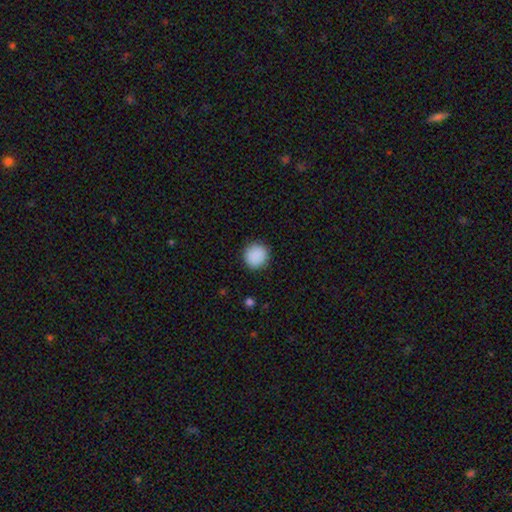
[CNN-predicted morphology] This appears to be a smooth galaxy with no disk features (90%) that is round (94%). Merging: none (91%).